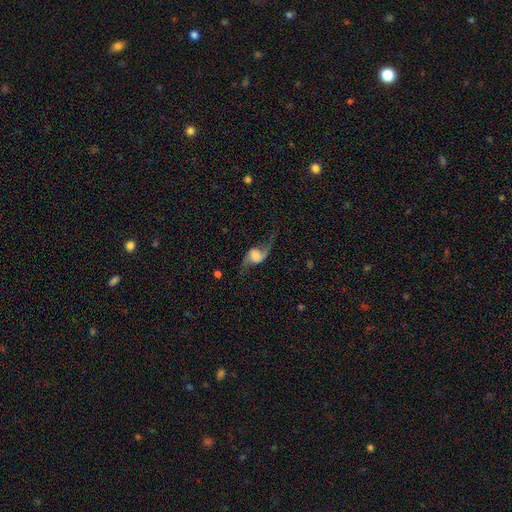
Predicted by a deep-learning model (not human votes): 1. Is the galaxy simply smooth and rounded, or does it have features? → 78% featured or disk, 14% smooth, 8% star or artifact.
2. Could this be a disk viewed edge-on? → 95% no, 5% yes.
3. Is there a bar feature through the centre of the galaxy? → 56% no, 32% weak, 12% strong.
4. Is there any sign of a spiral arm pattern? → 95% yes, 5% no.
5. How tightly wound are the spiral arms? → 87% loose, 10% medium, 2% tight.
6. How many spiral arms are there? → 93% 2, 3% 1, 2% can't tell, 1% 3, 1% 4, 1% more than 4.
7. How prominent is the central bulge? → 29% small, 27% moderate, 20% large, 14% none, 10% dominant.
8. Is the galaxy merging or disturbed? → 66% none, 17% minor disturbance, 15% major disturbance, 2% merger.